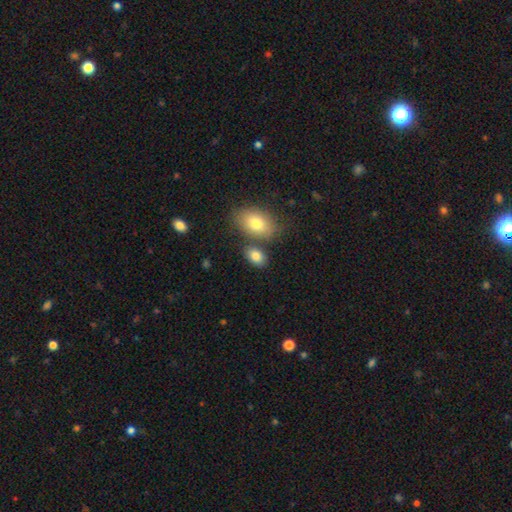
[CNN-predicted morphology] Smooth or featured? Predicted: smooth (p=0.83). How rounded? Predicted: in between (p=0.86). Merging? Predicted: none (p=0.65).